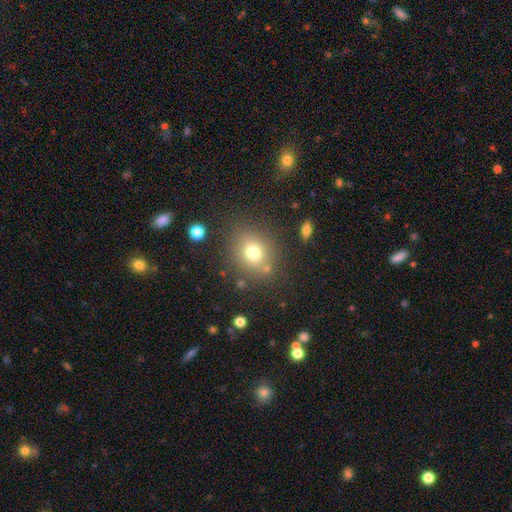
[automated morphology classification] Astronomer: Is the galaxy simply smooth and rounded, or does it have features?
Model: smooth — 64%.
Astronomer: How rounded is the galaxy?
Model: round — 67%.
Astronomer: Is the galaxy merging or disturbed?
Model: none — 82%.